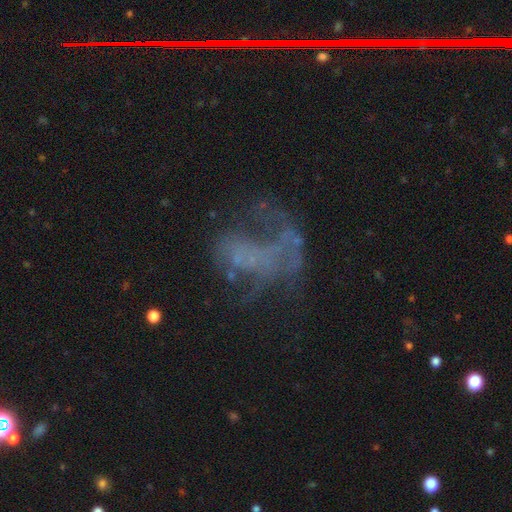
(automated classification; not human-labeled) This is possibly a featured or disk galaxy (49%). Merging: possibly major disturbance (46%).